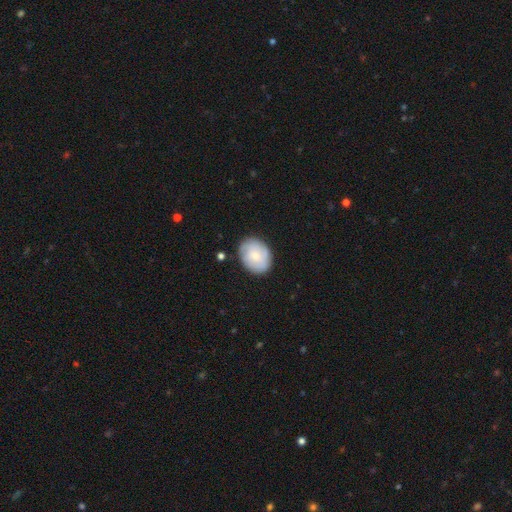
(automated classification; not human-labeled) This appears to be a smooth galaxy with no disk features (65%) that is in between round and cigar-shaped (55%). Merging: none (80%).